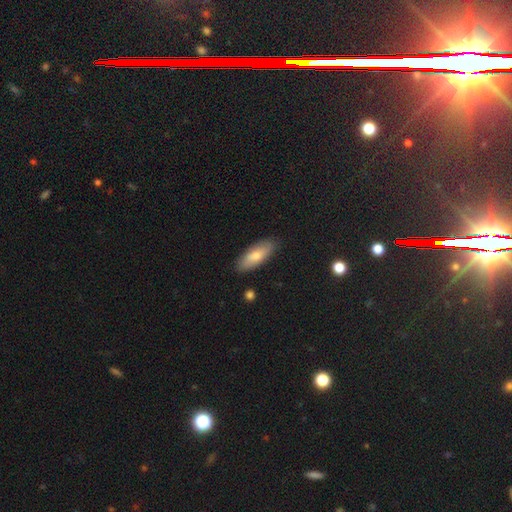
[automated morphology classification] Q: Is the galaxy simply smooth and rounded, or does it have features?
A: smooth — 71%.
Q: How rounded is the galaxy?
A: in between — 72%.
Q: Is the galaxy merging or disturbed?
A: none — 86%.